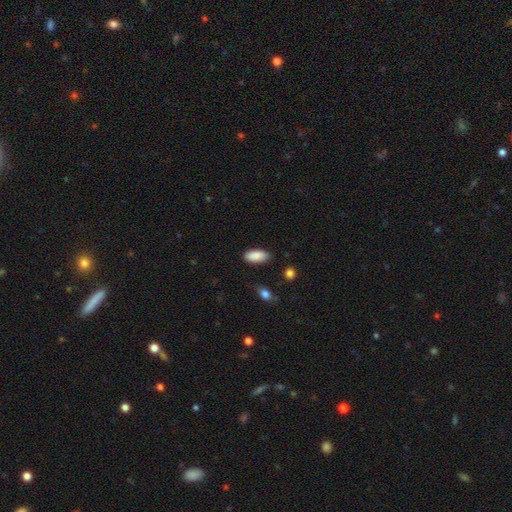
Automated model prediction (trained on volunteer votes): A smooth galaxy with no disk features (89%) that is in between round and cigar-shaped (89%).

Vote fractions:
- Smooth or featured? smooth: 89% / star or artifact: 6% / featured or disk: 4%
- How rounded? in between: 89% / cigar-shaped: 9% / round: 2%
- Merging? none: 83% / minor disturbance: 13% / major disturbance: 2% / merger: 2%